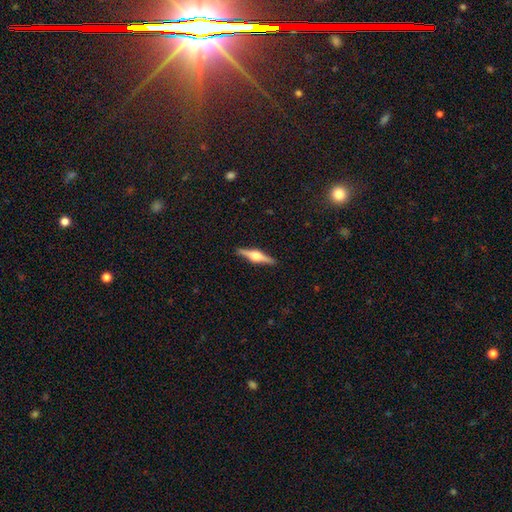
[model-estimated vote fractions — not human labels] This appears to be a featured or disk galaxy (76%) viewed edge-on (98%) with a rounded central bulge (93%). Merging: none (91%).